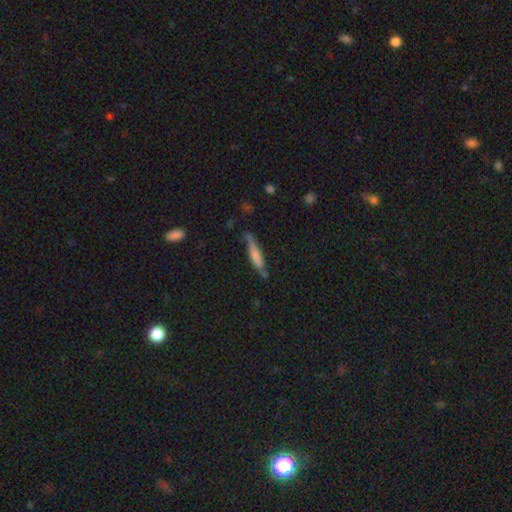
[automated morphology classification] smooth-or-featured: smooth: 62% | featured or disk: 31% | star or artifact: 7%
  how-rounded: cigar-shaped: 88% | in between: 10% | round: 2%
  merging: none: 61% | minor disturbance: 26% | major disturbance: 7% | merger: 6%